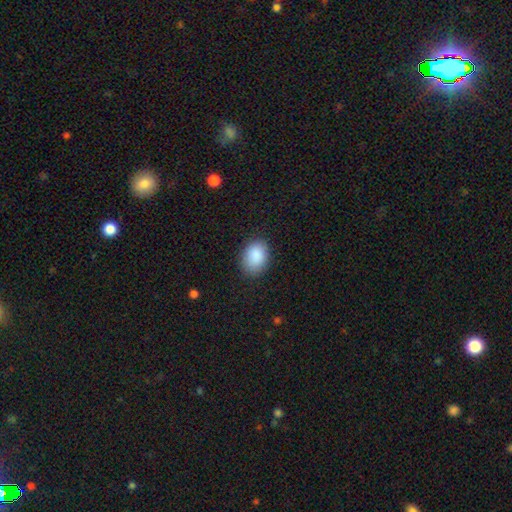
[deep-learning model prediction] This is clearly a smooth galaxy (89%). How rounded: likely in between (76%). Merging: clearly none (84%).